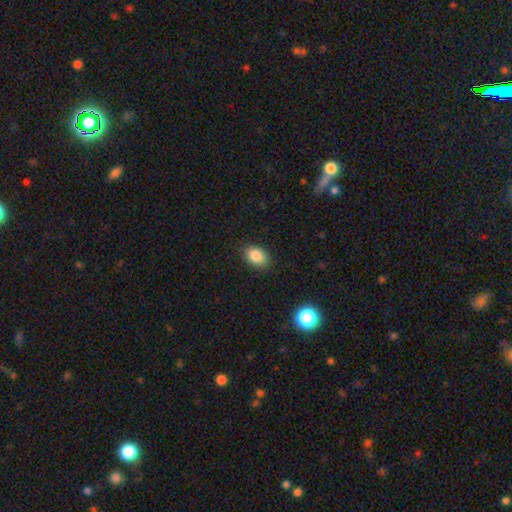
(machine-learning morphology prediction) A smooth galaxy with no disk features (85%) that is in between round and cigar-shaped (74%). Merging: none (86%).